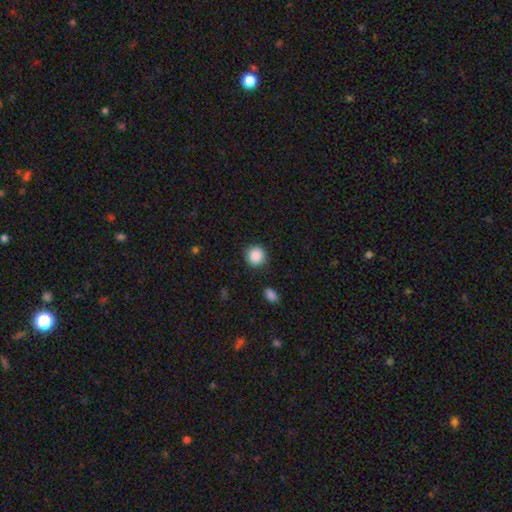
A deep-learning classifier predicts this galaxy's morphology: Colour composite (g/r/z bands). It shows a smooth galaxy with no disk features (89%) that is round (93%). Merging: none (88%).